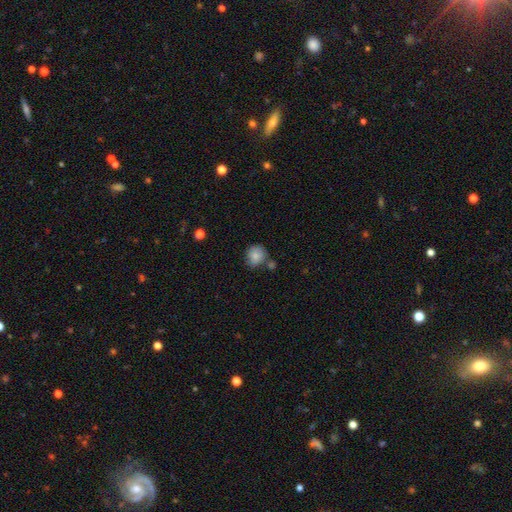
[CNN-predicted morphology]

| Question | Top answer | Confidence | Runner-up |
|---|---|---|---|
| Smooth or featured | smooth | 81% | featured or disk (11%) |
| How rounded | round | 79% | in between (20%) |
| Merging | none | 57% | minor disturbance (22%) |